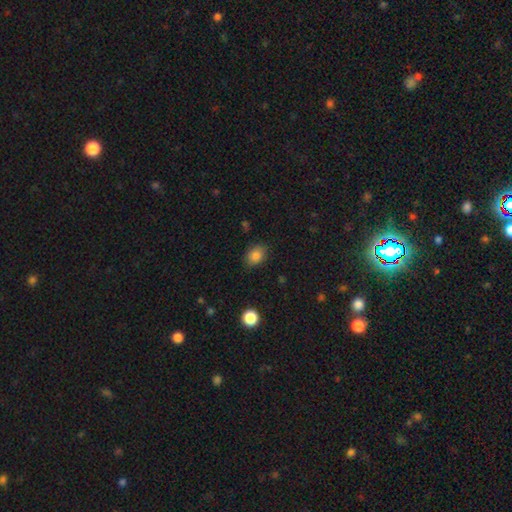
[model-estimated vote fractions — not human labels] This is clearly a smooth galaxy (83%). How rounded: likely in between (66%). Merging: clearly none (82%).